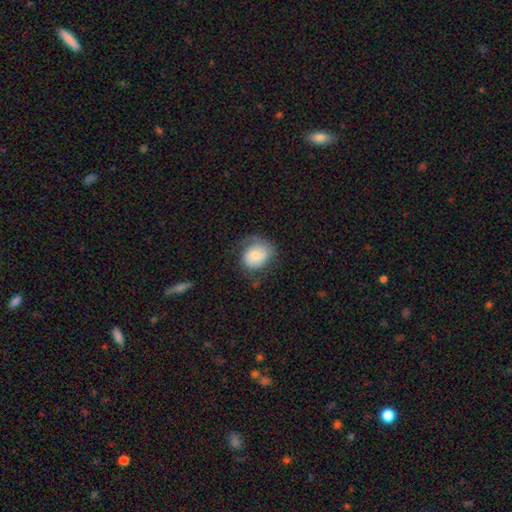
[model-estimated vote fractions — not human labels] Q: Smooth or featured?
A: smooth (65%); runner-up: featured or disk (28%)
Q: How rounded?
A: round (57%); runner-up: in between (42%)
Q: Merging?
A: none (48%); runner-up: minor disturbance (30%)